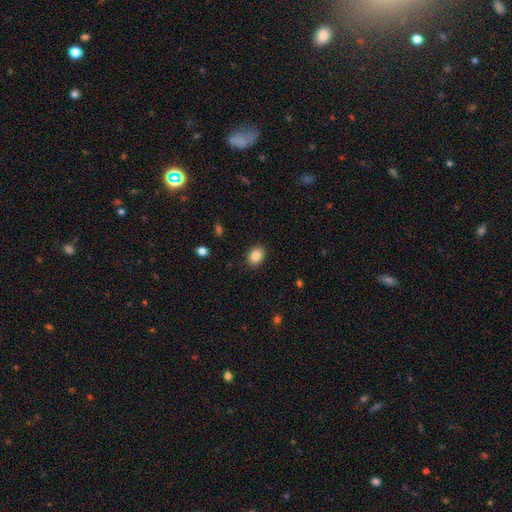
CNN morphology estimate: Smooth or featured?
  - smooth: 87% *
  - star or artifact: 8%
  - featured or disk: 5%
How rounded?
  - in between: 70% *
  - round: 29%
  - cigar-shaped: 1%
Merging?
  - none: 89% *
  - minor disturbance: 8%
  - major disturbance: 2%
  - merger: 1%